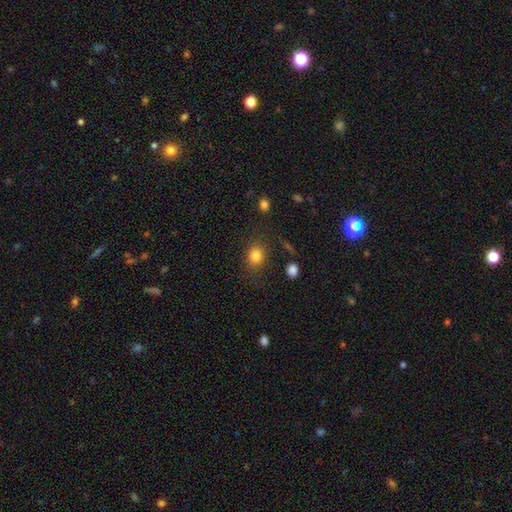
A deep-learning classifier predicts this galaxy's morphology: A smooth galaxy with no disk features (82%) that is round (53%).

Vote fractions:
- Smooth or featured? smooth: 82% / star or artifact: 11% / featured or disk: 7%
- How rounded? round: 53% / in between: 46% / cigar-shaped: 1%
- Merging? none: 78% / minor disturbance: 14% / major disturbance: 6% / merger: 3%